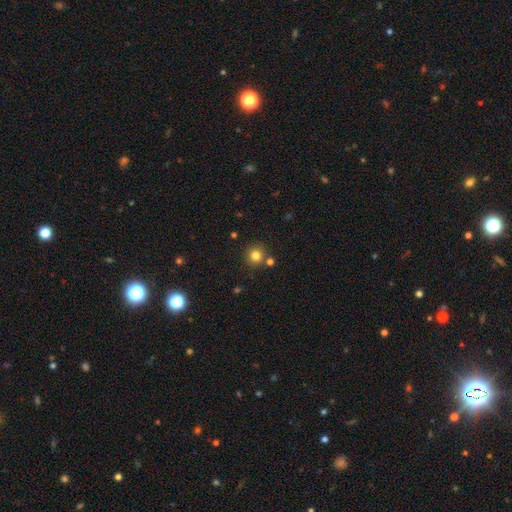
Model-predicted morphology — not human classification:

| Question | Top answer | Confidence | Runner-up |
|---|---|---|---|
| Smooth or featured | smooth | 80% | star or artifact (14%) |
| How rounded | round | 93% | in between (6%) |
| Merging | none | 83% | merger (8%) |